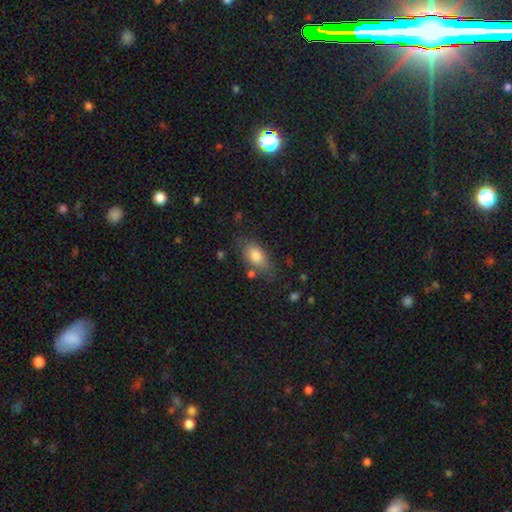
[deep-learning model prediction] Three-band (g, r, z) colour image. It shows a smooth galaxy with no disk features (80%) that is in between round and cigar-shaped (87%). Merging: none (69%).